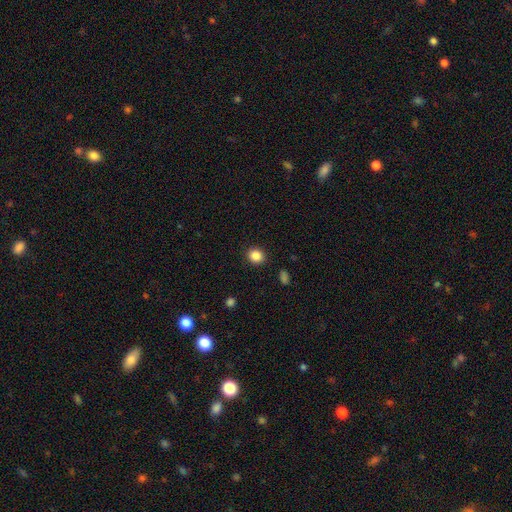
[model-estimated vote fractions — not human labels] Smooth or featured? Predicted: smooth (p=0.86). How rounded? Predicted: round (p=0.77). Merging? Predicted: none (p=0.90).